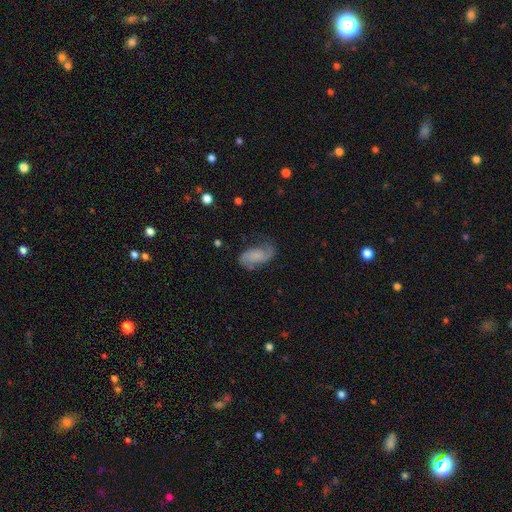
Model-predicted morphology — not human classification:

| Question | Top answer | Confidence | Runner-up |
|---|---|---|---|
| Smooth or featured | featured or disk | 59% | smooth (33%) |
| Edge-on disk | no | 95% | yes (5%) |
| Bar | no | 62% | weak (31%) |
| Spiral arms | yes | 90% | no (10%) |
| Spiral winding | loose | 43% | medium (39%) |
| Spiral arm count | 2 | 79% | 1 (10%) |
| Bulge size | small | 46% | none (31%) |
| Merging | none | 62% | minor disturbance (24%) |